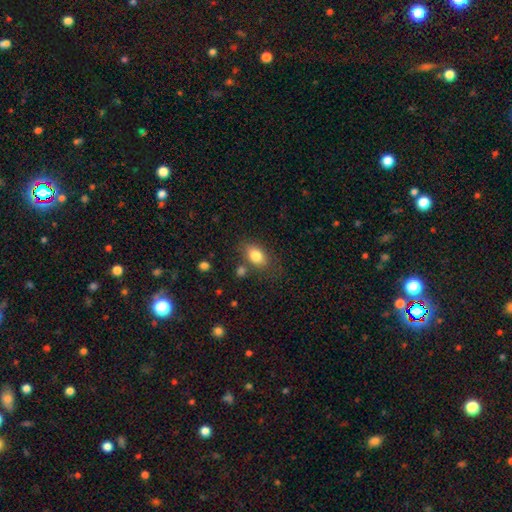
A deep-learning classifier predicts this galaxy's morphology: type=smooth (81%); roundness=in between (83%); merging=none (71%).